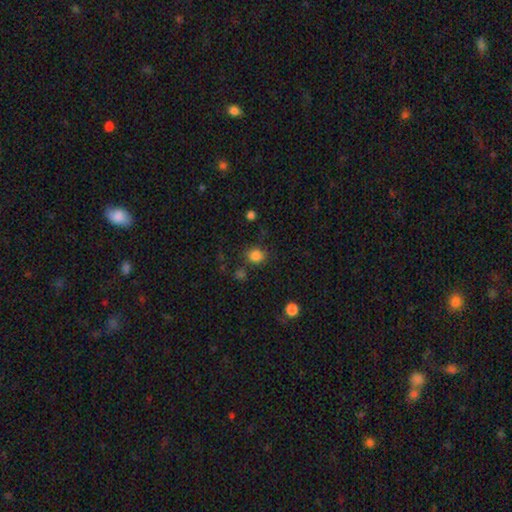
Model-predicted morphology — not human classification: This appears to be a smooth galaxy with no disk features (83%) that is round (74%). Merging: none (78%).